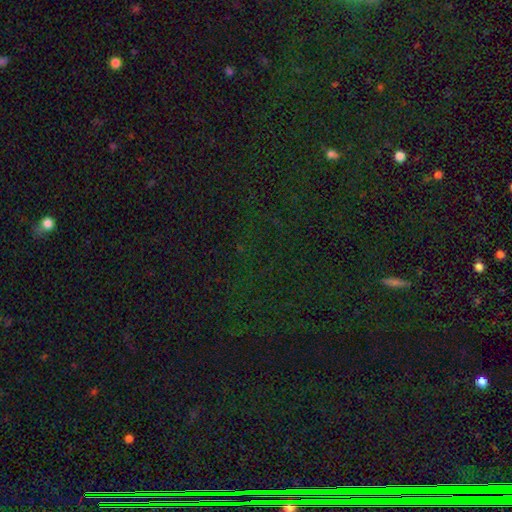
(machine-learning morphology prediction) This is clearly a star or artifact rather than a galaxy (80%).